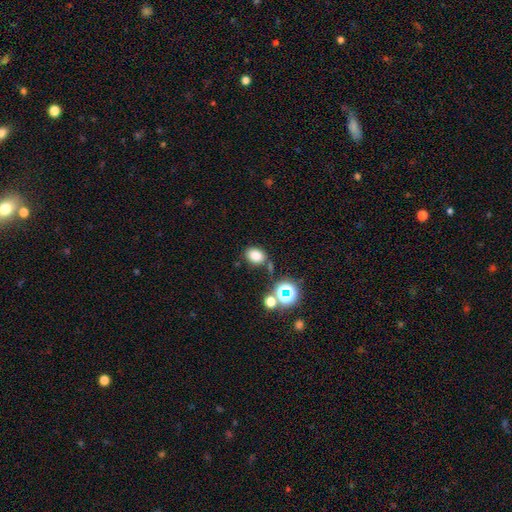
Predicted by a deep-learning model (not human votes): smooth 78%, star or artifact 15%, featured or disk 7%. Down the decision tree: how rounded — in between (63%); merging — none (72%).